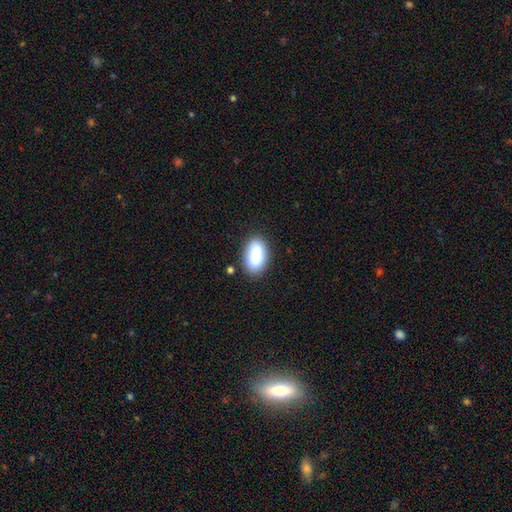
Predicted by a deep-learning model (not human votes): Smooth or featured? Predicted: smooth (p=0.81). How rounded? Predicted: in between (p=0.88). Merging? Predicted: none (p=0.75).